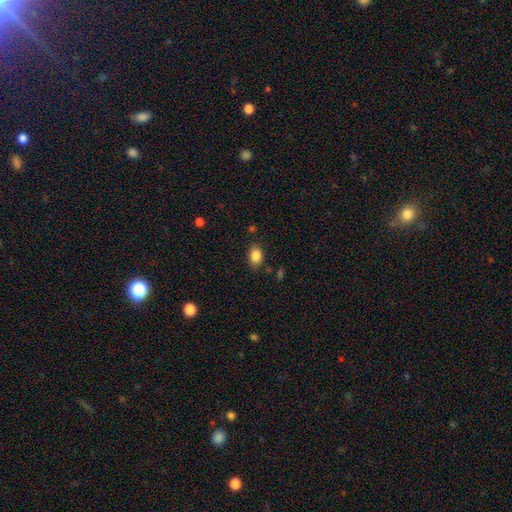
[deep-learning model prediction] Morphology: type=smooth (85%); roundness=in between (75%); merging=none (81%).